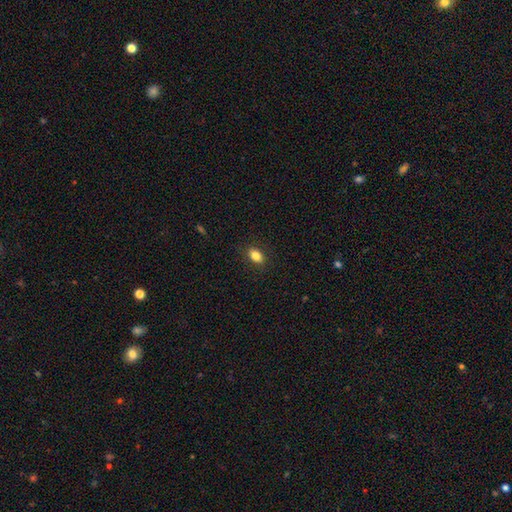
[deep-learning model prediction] This appears to be a smooth galaxy with no disk features (84%) that is in between round and cigar-shaped (84%). Merging: none (87%).